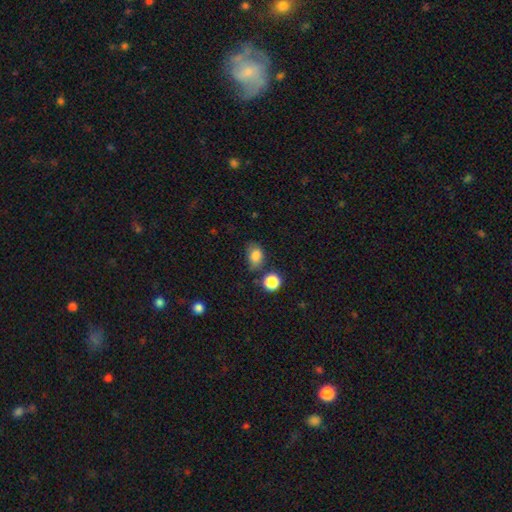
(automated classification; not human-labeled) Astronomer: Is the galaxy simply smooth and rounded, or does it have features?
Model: smooth — 83%.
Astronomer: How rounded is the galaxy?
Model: in between — 70%.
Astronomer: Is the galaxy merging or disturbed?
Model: none — 58%.